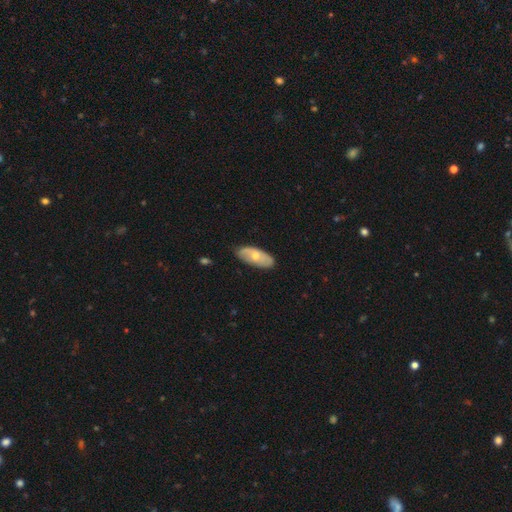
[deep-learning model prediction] The model was most divided on "smooth or featured": smooth: 57%, featured or disk: 37%, star or artifact: 6%. More confident: how rounded — in between (86%); merging — none (77%).